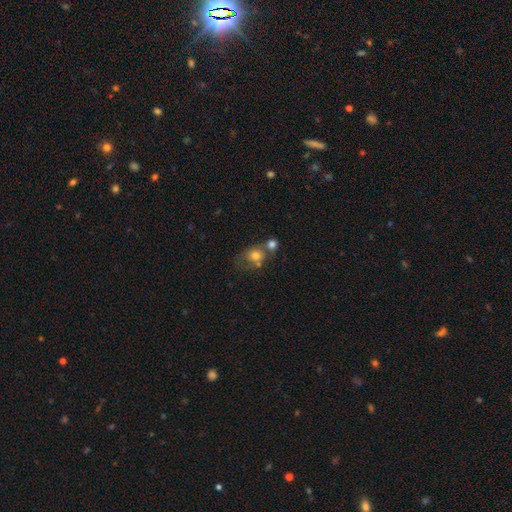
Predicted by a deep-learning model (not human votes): Overall: smooth (71%). How rounded: round (60%; in between 38%). Merging: merger (45%; none 33%).